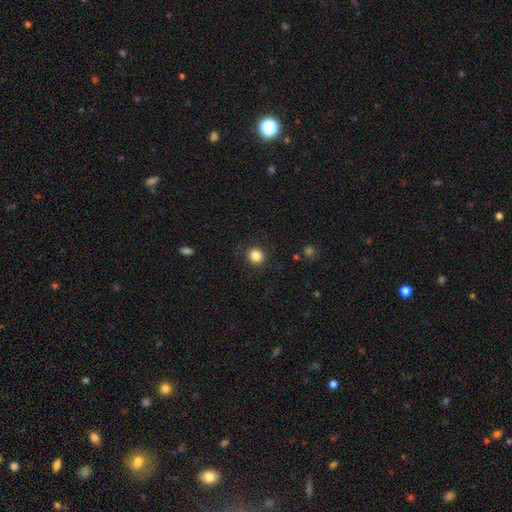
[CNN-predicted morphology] Q: Smooth or featured?
A: smooth (85%); runner-up: star or artifact (11%)
Q: How rounded?
A: round (92%); runner-up: in between (7%)
Q: Merging?
A: none (91%); runner-up: minor disturbance (6%)